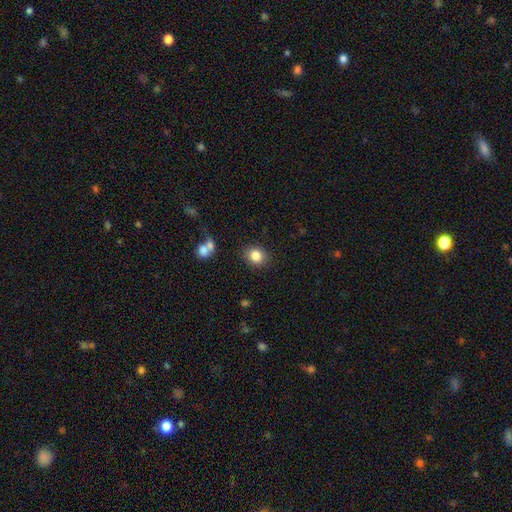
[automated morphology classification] smooth_or_featured: smooth (p=0.84) [alt: star or artifact p=0.10]
how_rounded: round (p=0.69) [alt: in between p=0.30]
merging: none (p=0.85) [alt: minor disturbance p=0.09]